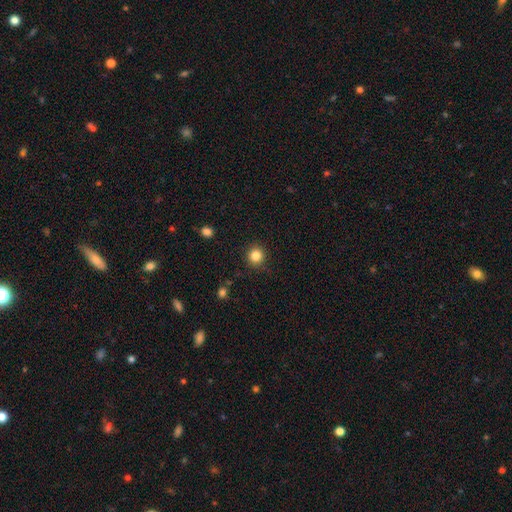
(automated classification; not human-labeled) Smooth or featured? Predicted: smooth (p=0.85). How rounded? Predicted: round (p=0.93). Merging? Predicted: none (p=0.89).